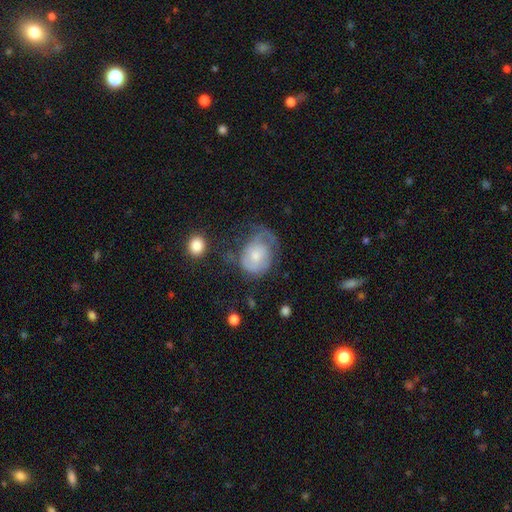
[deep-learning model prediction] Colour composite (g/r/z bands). It shows a featured or disk galaxy (49%). Merging: major disturbance (37%).